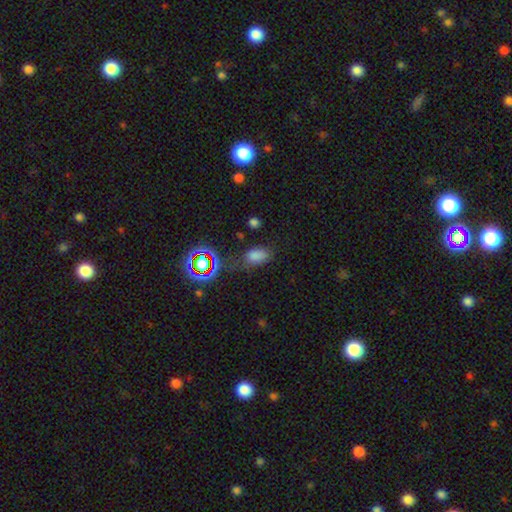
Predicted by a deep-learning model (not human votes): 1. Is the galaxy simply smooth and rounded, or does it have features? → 71% smooth, 21% star or artifact, 8% featured or disk.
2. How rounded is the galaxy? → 87% in between, 10% round, 3% cigar-shaped.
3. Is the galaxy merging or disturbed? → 63% none, 21% minor disturbance, 10% major disturbance, 5% merger.